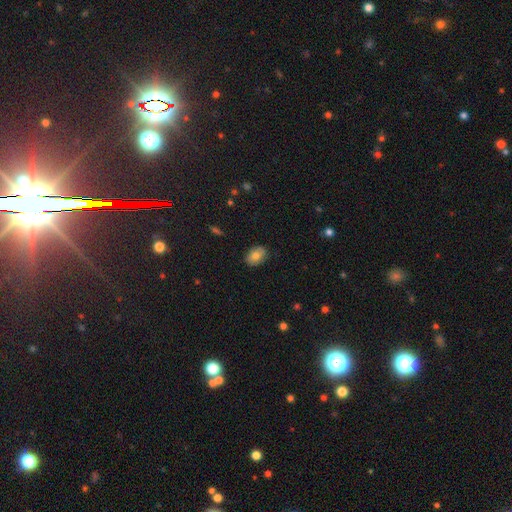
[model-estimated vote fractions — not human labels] This appears to be a smooth galaxy with no disk features (76%) that is in between round and cigar-shaped (79%). Merging: none (85%).